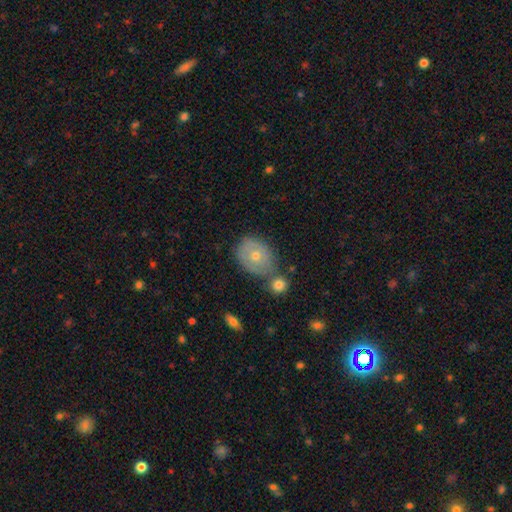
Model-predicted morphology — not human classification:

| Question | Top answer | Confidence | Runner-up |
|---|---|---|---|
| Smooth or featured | smooth | 49% | featured or disk (41%) |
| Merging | none | 63% | merger (16%) |